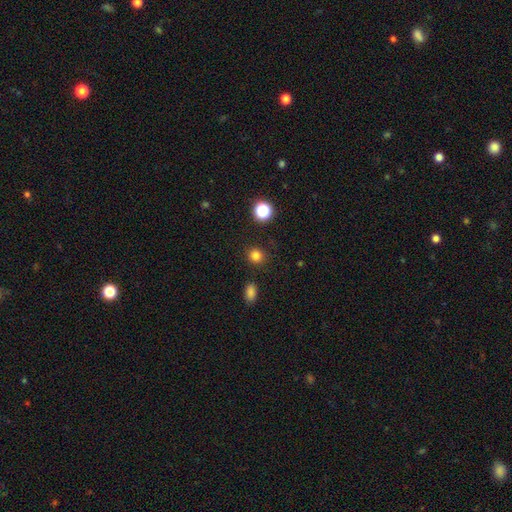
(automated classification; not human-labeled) This is clearly a smooth galaxy (81%). How rounded: clearly round (87%). Merging: clearly none (88%).